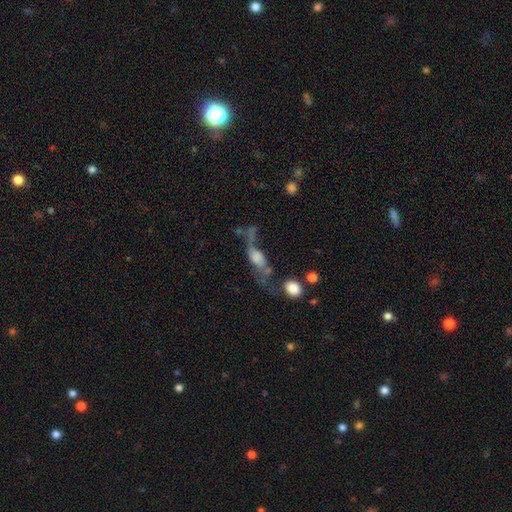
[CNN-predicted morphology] Overall: featured or disk (51%; smooth 39%). Edge-on disk: no (73%). Merging: major disturbance (40%; none 23%).